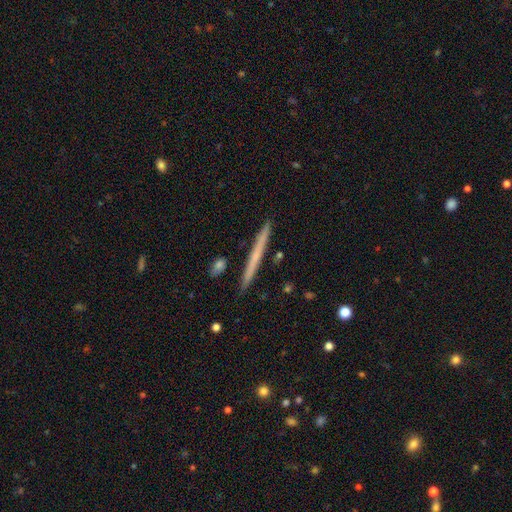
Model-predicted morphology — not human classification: Smooth or featured? smooth (50%)
Merging? none (92%)